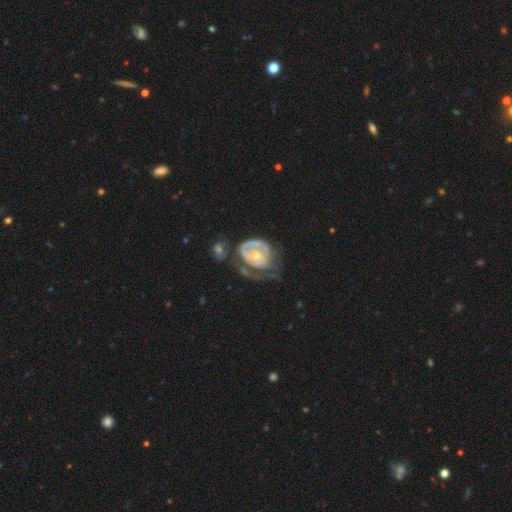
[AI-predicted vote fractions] This appears to be a featured or disk galaxy (72%) with no bar (77%), spiral arms (58%) and a small central bulge (53%). Merging: major disturbance (44%).